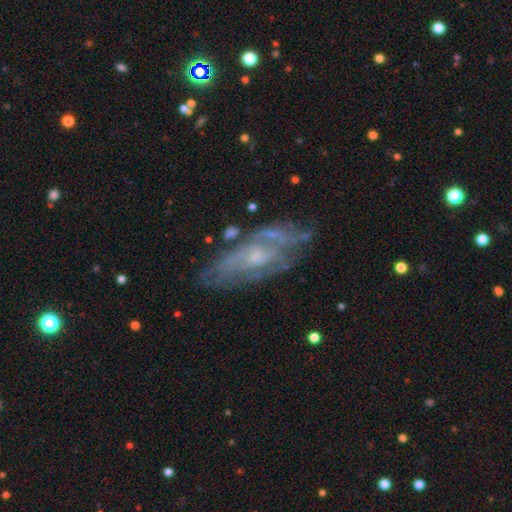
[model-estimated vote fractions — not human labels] This is likely a featured or disk galaxy (73%). It is clearly not viewed edge-on (87%). Bar: likely no (73%). Spiral arm pattern: likely yes (64%). Central bulge: possibly small (50%). Merging: likely none (62%).